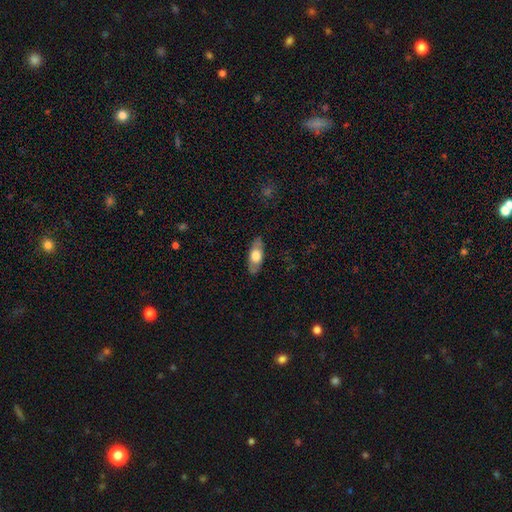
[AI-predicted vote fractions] Smooth or featured? Predicted: smooth (p=0.60). How rounded? Predicted: in between (p=0.81). Merging? Predicted: none (p=0.84).